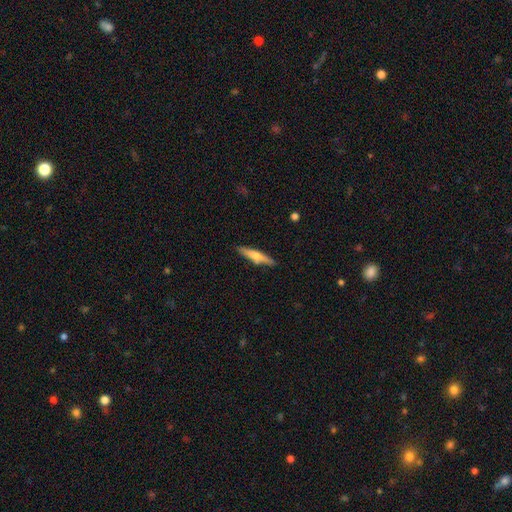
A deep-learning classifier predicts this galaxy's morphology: type=smooth (52%); roundness=cigar-shaped (87%); merging=none (86%).